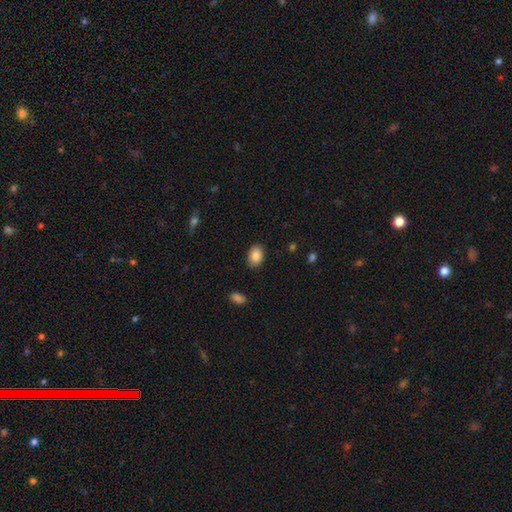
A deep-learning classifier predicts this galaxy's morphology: A smooth galaxy with no disk features (86%) that is in between round and cigar-shaped (82%).

Vote fractions:
- Smooth or featured? smooth: 86% / star or artifact: 8% / featured or disk: 6%
- How rounded? in between: 82% / round: 17% / cigar-shaped: 1%
- Merging? none: 87% / minor disturbance: 9% / major disturbance: 2% / merger: 1%